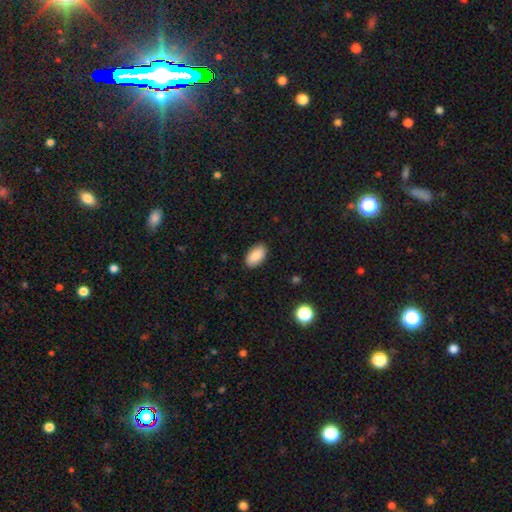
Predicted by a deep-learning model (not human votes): Overall: smooth (87%). How rounded: in between (95%). Merging: none (89%).